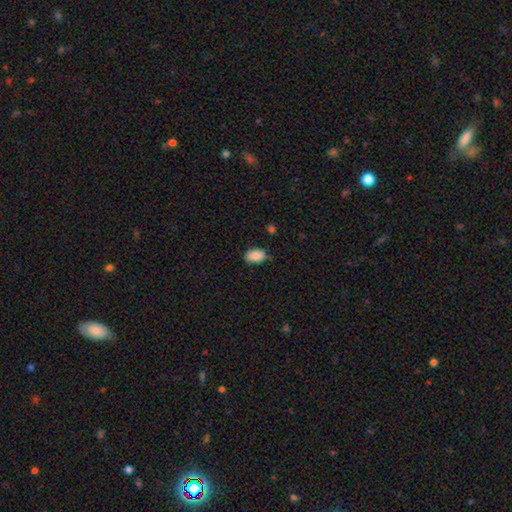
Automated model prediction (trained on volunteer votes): This appears to be a smooth galaxy with no disk features (88%) that is in between round and cigar-shaped (89%). Merging: none (76%).